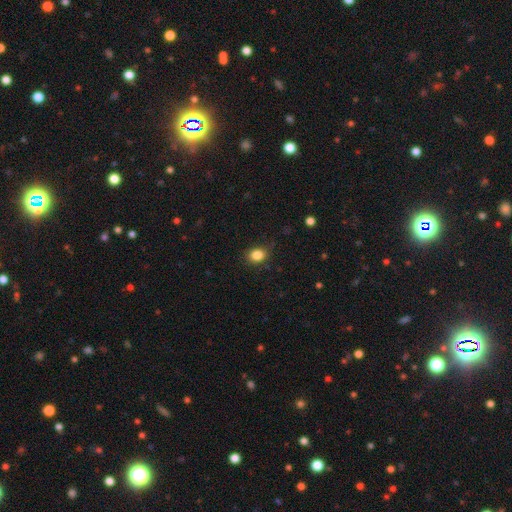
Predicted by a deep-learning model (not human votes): This is clearly a smooth galaxy (85%). How rounded: possibly in between (56%). Merging: clearly none (83%).